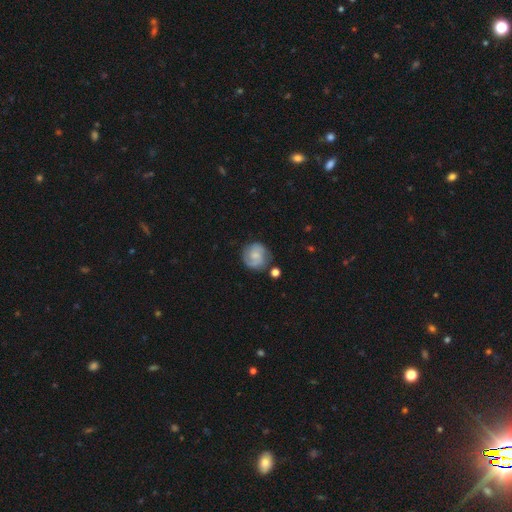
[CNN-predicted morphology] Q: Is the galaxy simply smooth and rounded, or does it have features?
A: featured or disk — 59%.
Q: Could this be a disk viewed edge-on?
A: no — 98%.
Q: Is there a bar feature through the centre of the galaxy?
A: no — 59%.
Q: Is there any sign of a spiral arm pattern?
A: yes — 89%.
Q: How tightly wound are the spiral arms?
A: medium — 43%.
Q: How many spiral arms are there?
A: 2 — 71%.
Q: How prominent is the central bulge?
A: small — 45%.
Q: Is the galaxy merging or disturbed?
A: none — 72%.